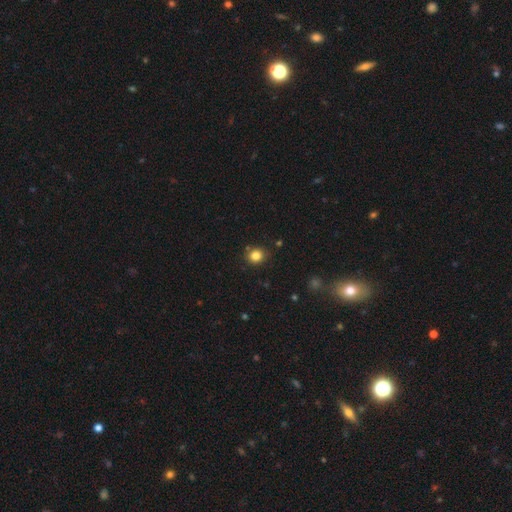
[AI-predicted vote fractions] Morphology: type=smooth (82%); roundness=round (81%); merging=none (84%).